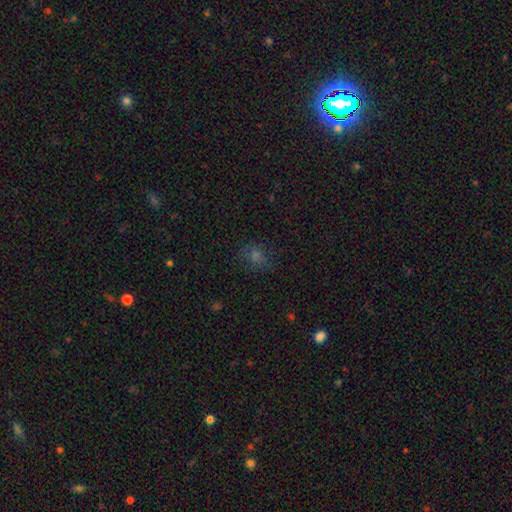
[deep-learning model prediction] Smooth or featured? Predicted: smooth (p=0.57). How rounded? Predicted: round (p=0.56). Merging? Predicted: none (p=0.77).